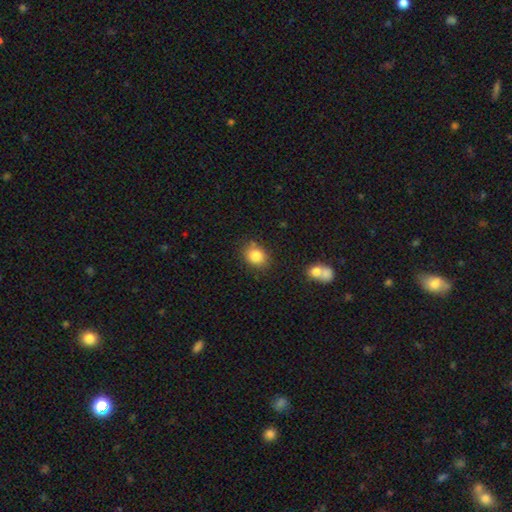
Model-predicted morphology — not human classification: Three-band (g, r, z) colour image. It shows a smooth galaxy with no disk features (84%) that is round (58%). Merging: none (76%).